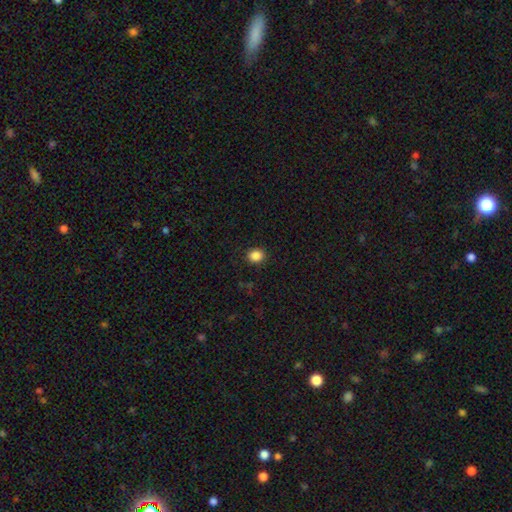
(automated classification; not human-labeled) This appears to be a smooth galaxy with no disk features (86%) that is round (73%). Merging: none (90%).